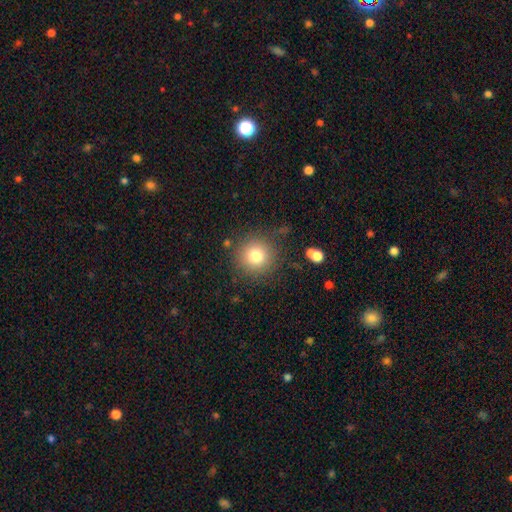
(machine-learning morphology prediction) smooth 80%, star or artifact 11%, featured or disk 9%. Down the decision tree: how rounded — round (92%); merging — none (84%).